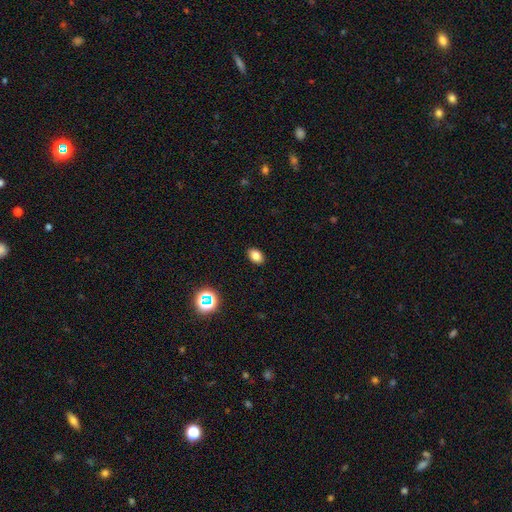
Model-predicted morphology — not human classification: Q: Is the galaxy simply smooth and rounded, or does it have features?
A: smooth — 82%.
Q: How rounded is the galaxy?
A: in between — 83%.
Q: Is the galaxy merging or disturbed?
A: none — 89%.